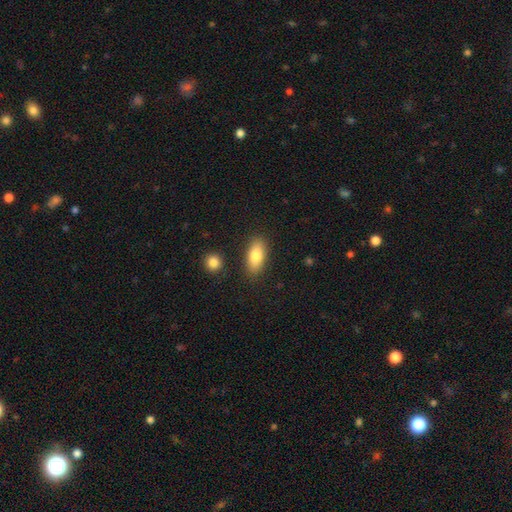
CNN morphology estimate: A smooth galaxy with no disk features (80%) that is in between round and cigar-shaped (86%).

Vote fractions:
- Smooth or featured? smooth: 80% / featured or disk: 13% / star or artifact: 7%
- How rounded? in between: 86% / cigar-shaped: 10% / round: 4%
- Merging? none: 85% / minor disturbance: 10% / merger: 3% / major disturbance: 3%